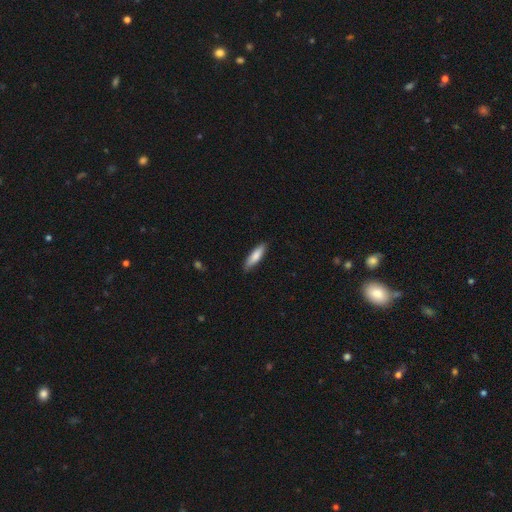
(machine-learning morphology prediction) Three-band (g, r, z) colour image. It shows a smooth galaxy with no disk features (80%) that is cigar-shaped (69%). Merging: none (85%).